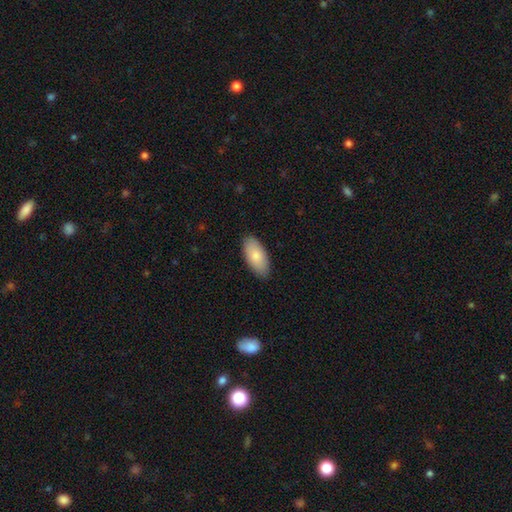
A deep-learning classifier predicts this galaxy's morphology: Smooth or featured? smooth (82%)
How rounded? in between (93%)
Merging? none (87%)